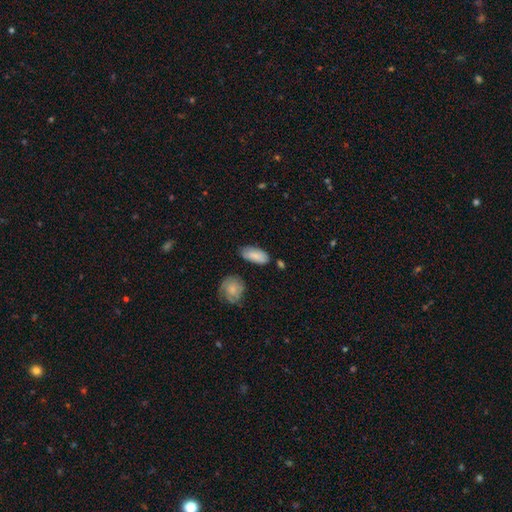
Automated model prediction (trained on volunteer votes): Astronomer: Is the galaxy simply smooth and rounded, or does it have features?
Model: smooth — 83%.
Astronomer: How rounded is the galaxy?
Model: in between — 89%.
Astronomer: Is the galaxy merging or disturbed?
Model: none — 74%.